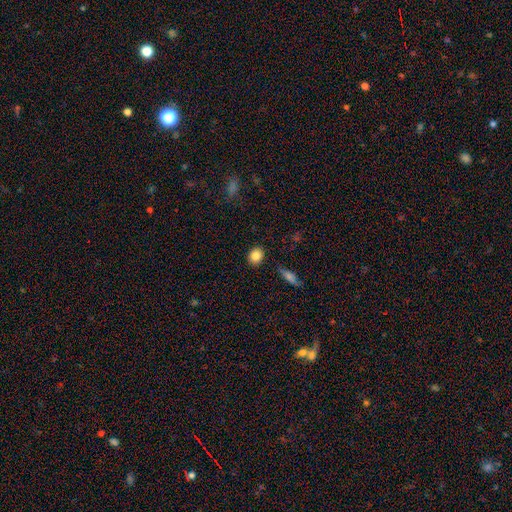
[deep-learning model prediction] The model was most divided on "how rounded": round: 71%, in between: 27%, cigar-shaped: 2%. More confident: merging — none (89%); smooth or featured — smooth (85%).